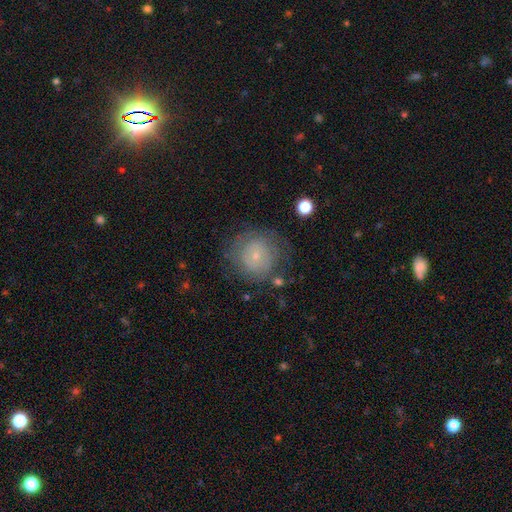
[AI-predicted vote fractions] Smooth or featured? smooth (48%)
Merging? none (69%)